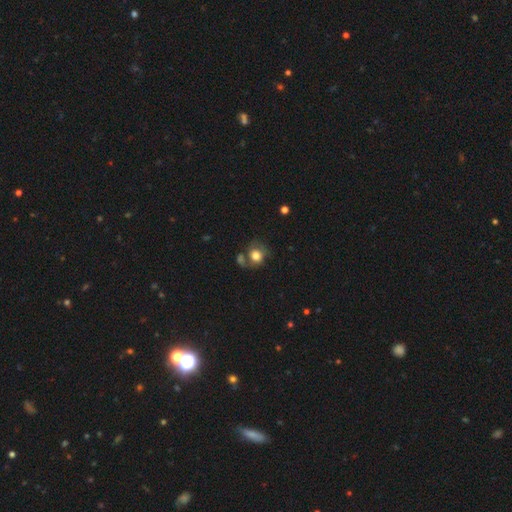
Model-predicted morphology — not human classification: type=smooth (71%); roundness=round (75%); merging=none (49%).